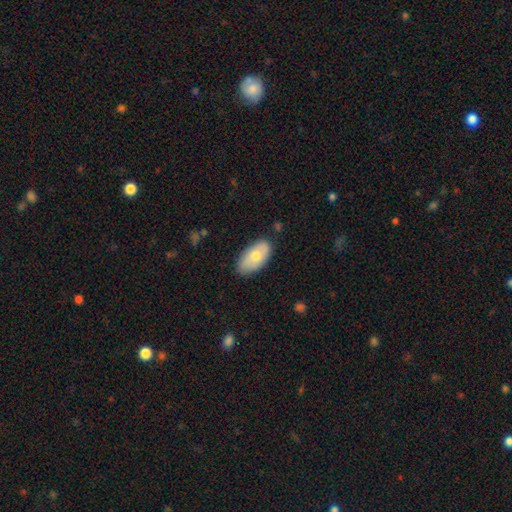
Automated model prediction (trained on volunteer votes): Overall: smooth (68%). How rounded: in between (94%). Merging: none (77%).